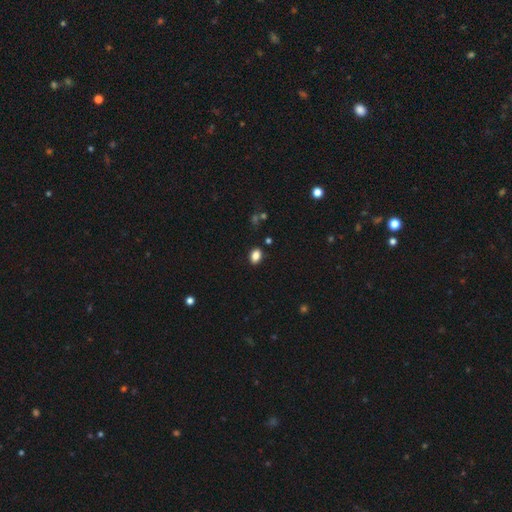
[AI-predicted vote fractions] Q: Smooth or featured?
A: smooth (85%); runner-up: star or artifact (10%)
Q: How rounded?
A: in between (80%); runner-up: round (19%)
Q: Merging?
A: none (87%); runner-up: minor disturbance (9%)